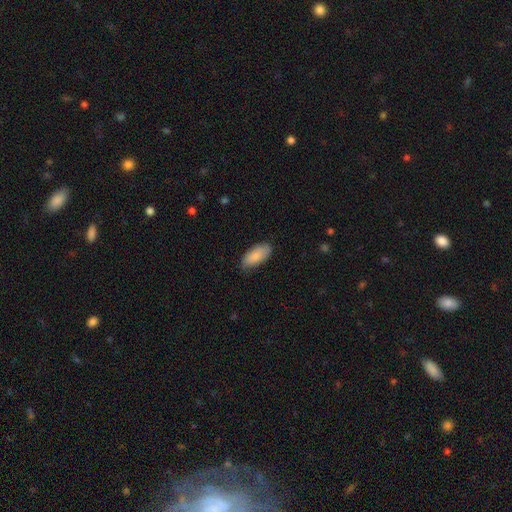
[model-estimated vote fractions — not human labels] Smooth or featured?
  - smooth: 86% *
  - featured or disk: 8%
  - star or artifact: 6%
How rounded?
  - in between: 89% *
  - cigar-shaped: 9%
  - round: 2%
Merging?
  - none: 79% *
  - minor disturbance: 18%
  - major disturbance: 3%
  - merger: 1%